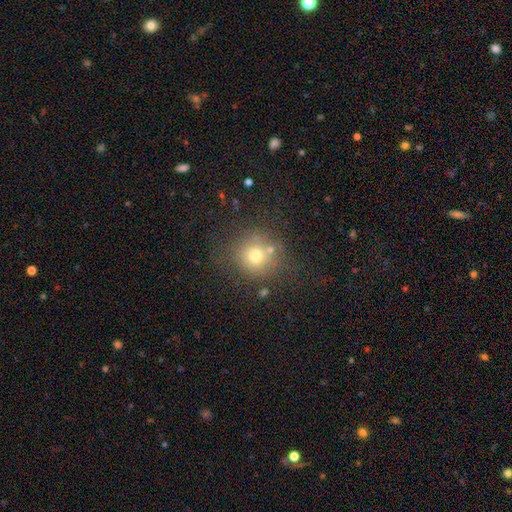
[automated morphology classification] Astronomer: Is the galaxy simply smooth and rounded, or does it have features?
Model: smooth — 70%.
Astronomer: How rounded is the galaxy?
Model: round — 90%.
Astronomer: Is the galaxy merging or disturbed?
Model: none — 71%.